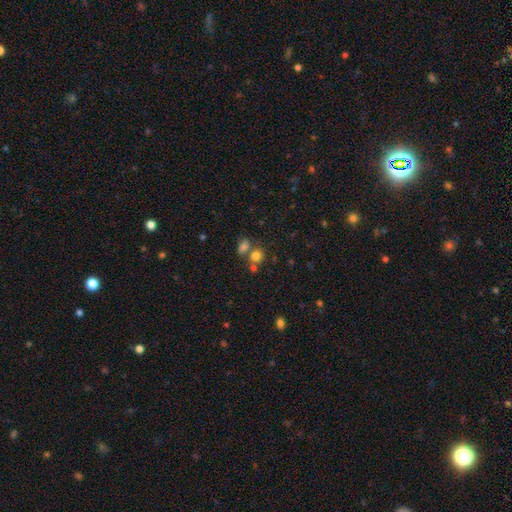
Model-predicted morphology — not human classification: Smooth or featured? smooth (76%)
How rounded? round (73%)
Merging? none (53%)